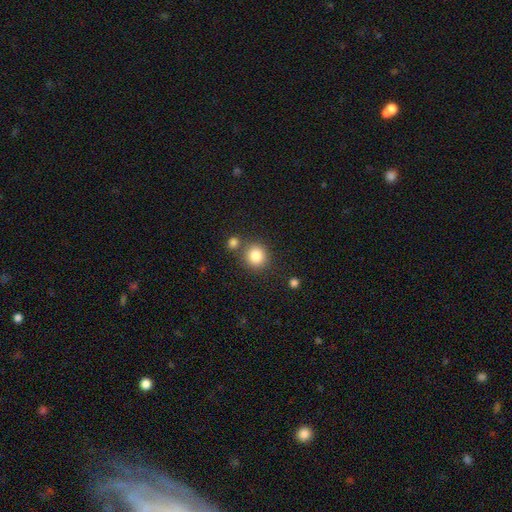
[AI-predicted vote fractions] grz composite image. It shows a smooth galaxy with no disk features (84%) that is round (89%). Merging: none (75%).